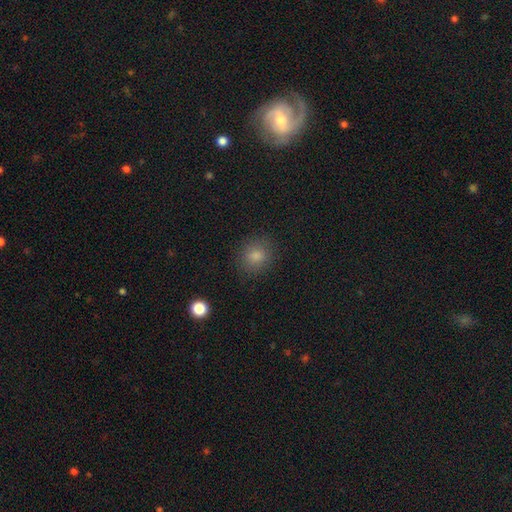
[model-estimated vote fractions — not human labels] This is likely a smooth galaxy (78%). How rounded: clearly round (81%). Merging: clearly none (88%).